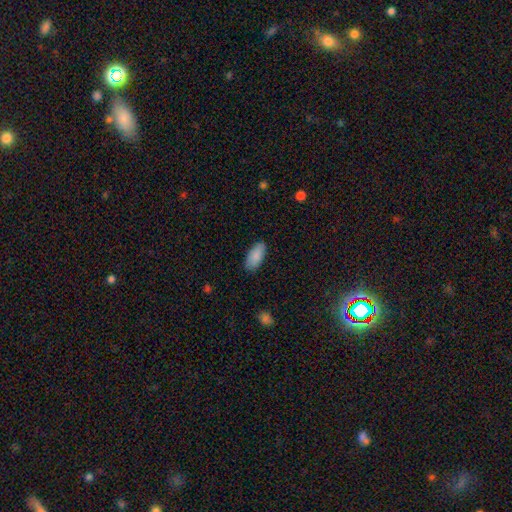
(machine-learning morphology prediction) Smooth or featured: smooth — 89% (star or artifact — 6%)
How rounded: in between — 90% (cigar-shaped — 8%)
Merging: none — 85% (minor disturbance — 11%)